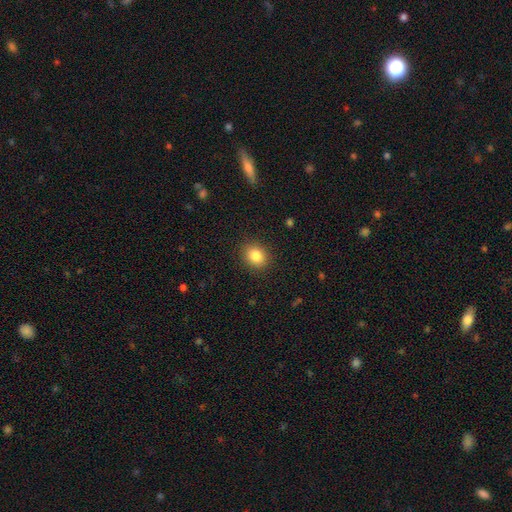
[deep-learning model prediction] Smooth or featured? smooth (84%)
How rounded? round (57%)
Merging? none (89%)